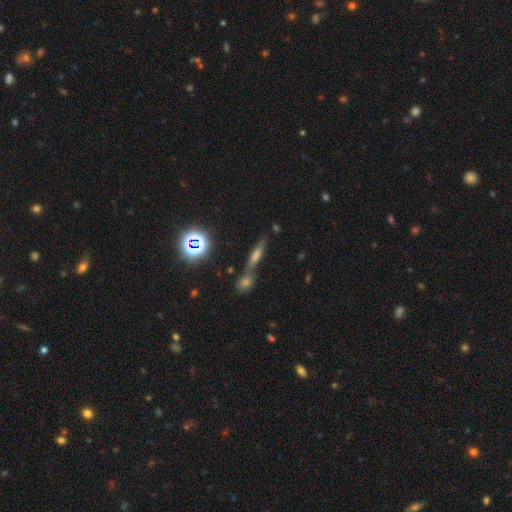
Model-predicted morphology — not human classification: Smooth or featured?
  - smooth: 38% *
  - featured or disk: 35%
  - star or artifact: 28%
Merging?
  - none: 55% *
  - merger: 31%
  - minor disturbance: 9%
  - major disturbance: 5%